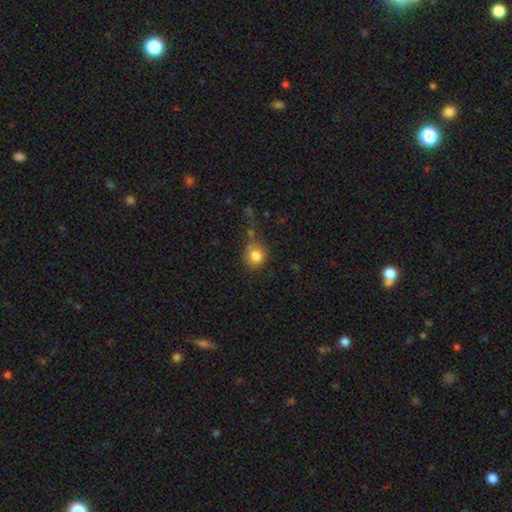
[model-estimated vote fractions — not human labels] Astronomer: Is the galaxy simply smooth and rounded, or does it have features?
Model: smooth — 83%.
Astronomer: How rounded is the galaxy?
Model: round — 85%.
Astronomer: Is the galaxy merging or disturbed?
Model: none — 63%.